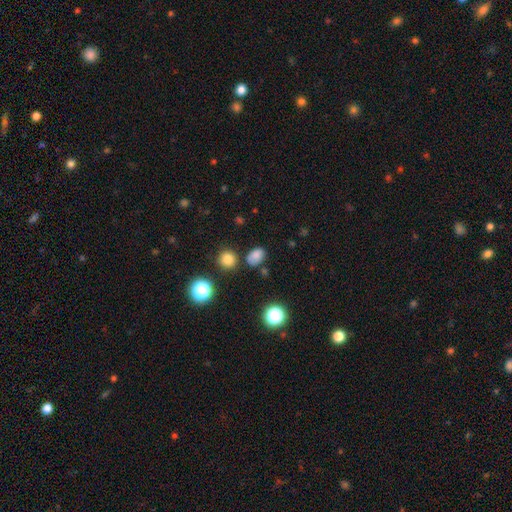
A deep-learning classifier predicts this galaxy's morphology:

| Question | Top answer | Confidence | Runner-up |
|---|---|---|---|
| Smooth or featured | smooth | 78% | star or artifact (15%) |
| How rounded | in between | 74% | round (25%) |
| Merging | none | 73% | minor disturbance (16%) |